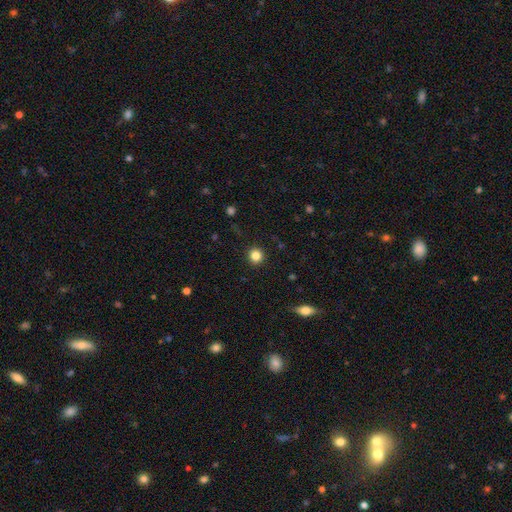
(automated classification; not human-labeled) This appears to be a smooth galaxy with no disk features (84%) that is round (92%). Merging: none (92%).